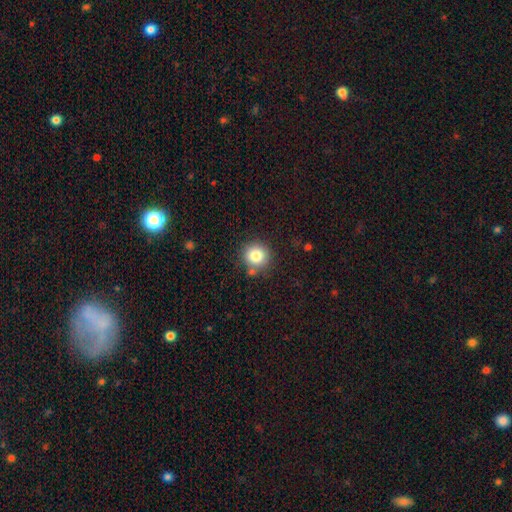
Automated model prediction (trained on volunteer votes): A smooth galaxy with no disk features (82%) that is round (88%). Merging: none (81%).